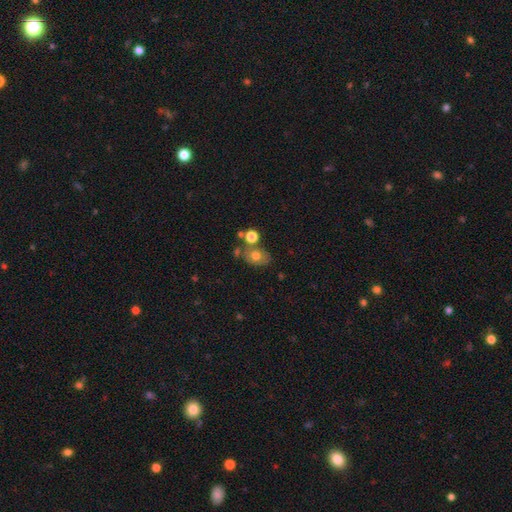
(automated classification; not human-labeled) A smooth galaxy with no disk features (68%) that is in between round and cigar-shaped (65%). Merging: none (56%).